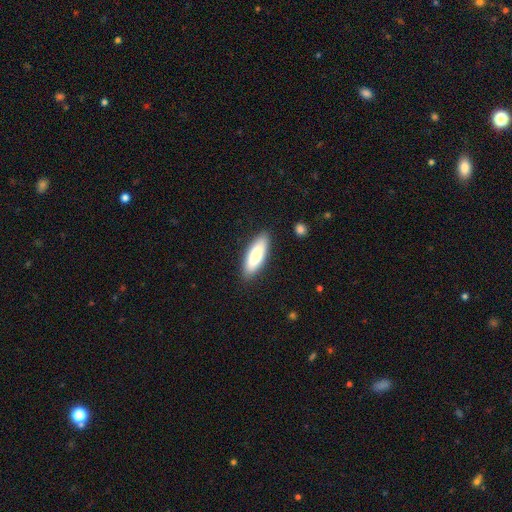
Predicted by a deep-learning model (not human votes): Smooth or featured? smooth (79%)
How rounded? in between (58%)
Merging? none (88%)